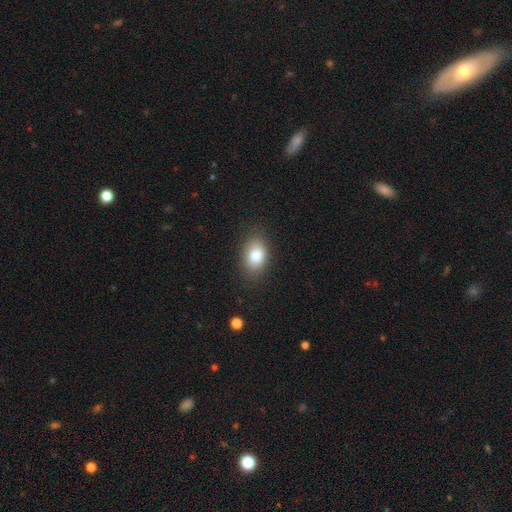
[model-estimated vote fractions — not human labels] A smooth galaxy with no disk features (81%) that is in between round and cigar-shaped (84%).

Vote fractions:
- Smooth or featured? smooth: 81% / featured or disk: 10% / star or artifact: 9%
- How rounded? in between: 84% / round: 14% / cigar-shaped: 2%
- Merging? none: 83% / minor disturbance: 13% / major disturbance: 3% / merger: 1%